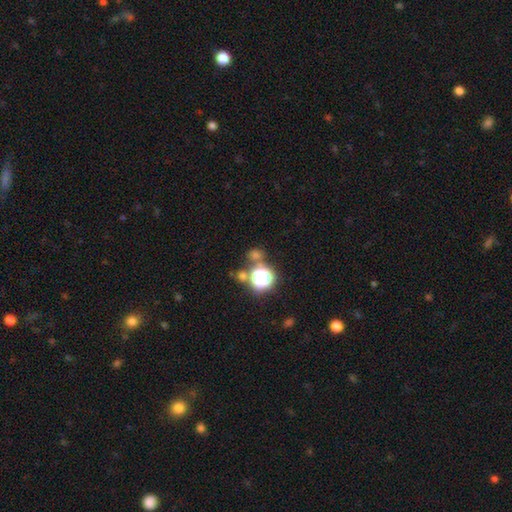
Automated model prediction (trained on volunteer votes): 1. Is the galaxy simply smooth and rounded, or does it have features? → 47% smooth, 45% star or artifact, 8% featured or disk.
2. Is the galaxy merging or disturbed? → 68% none, 18% merger, 9% minor disturbance, 5% major disturbance.